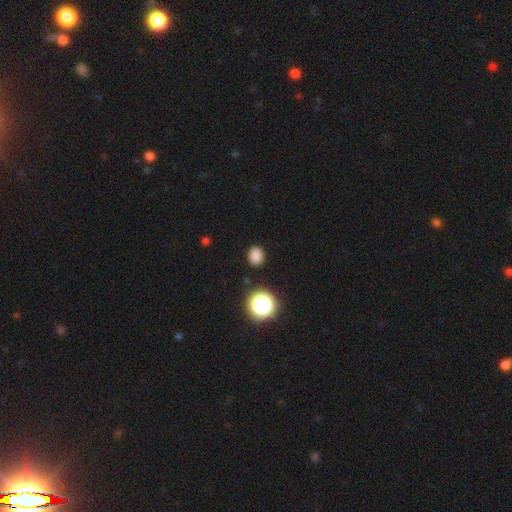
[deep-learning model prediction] This appears to be a smooth galaxy with no disk features (81%) that is round (67%). Merging: none (88%).